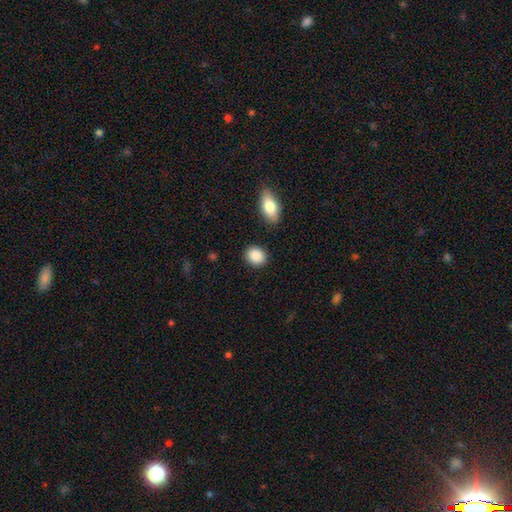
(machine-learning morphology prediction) This appears to be a smooth galaxy with no disk features (89%) that is round (55%). Merging: none (87%).